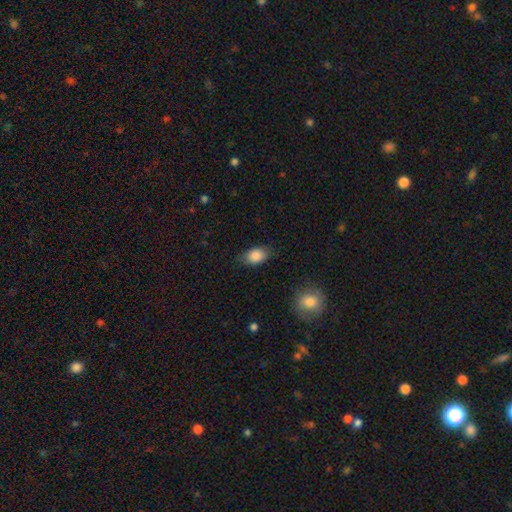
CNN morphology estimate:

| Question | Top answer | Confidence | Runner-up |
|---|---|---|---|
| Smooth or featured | smooth | 86% | star or artifact (8%) |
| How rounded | in between | 85% | round (14%) |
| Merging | none | 79% | minor disturbance (16%) |